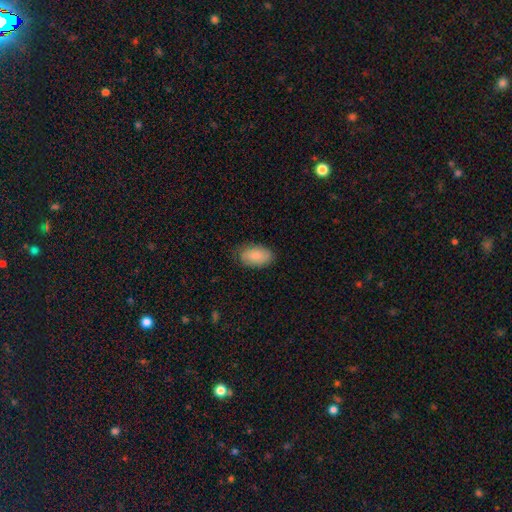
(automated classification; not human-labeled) Smooth or featured? Predicted: smooth (p=0.82). How rounded? Predicted: in between (p=0.94). Merging? Predicted: none (p=0.80).